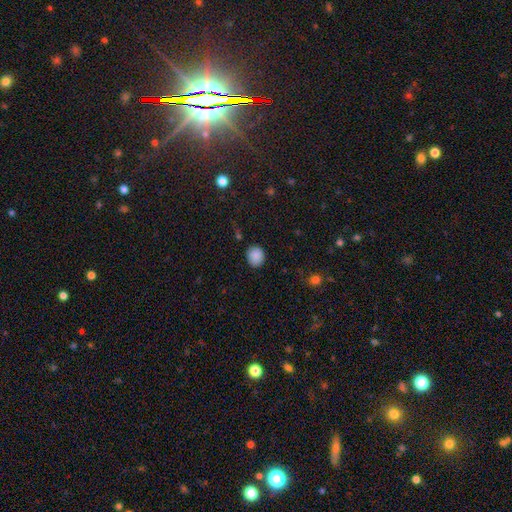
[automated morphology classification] This appears to be a smooth galaxy with no disk features (88%) that is round (71%). Merging: none (86%).